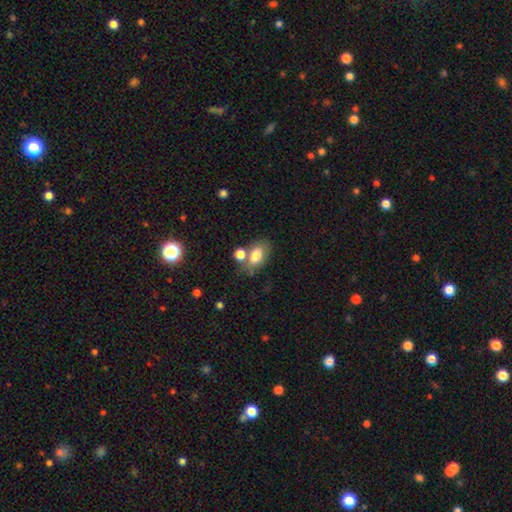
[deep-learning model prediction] Smooth or featured? Predicted: smooth (p=0.77). How rounded? Predicted: in between (p=0.86). Merging? Predicted: none (p=0.56).